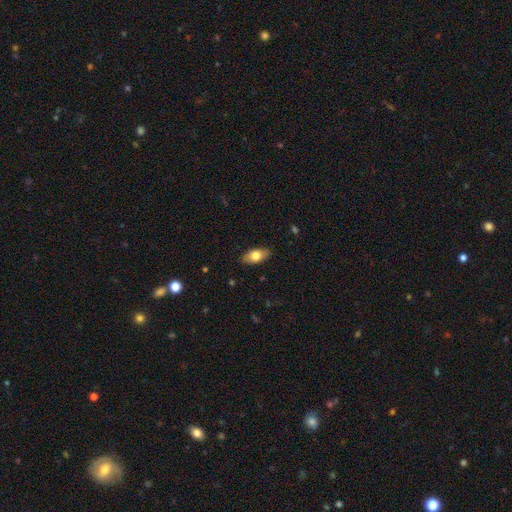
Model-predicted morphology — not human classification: Overall: smooth (76%). How rounded: in between (90%). Merging: none (87%).